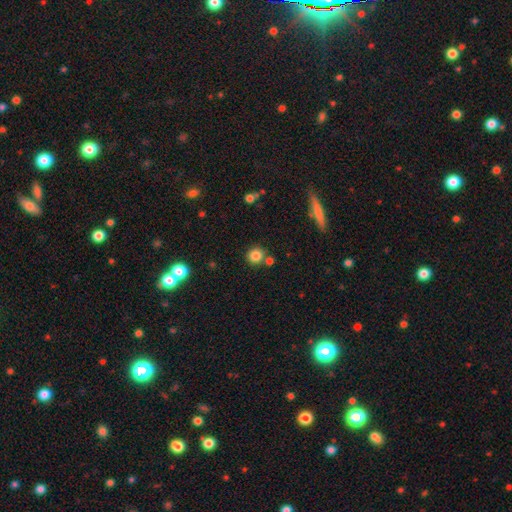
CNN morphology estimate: A smooth galaxy with no disk features (83%) that is round (91%). Merging: none (76%).